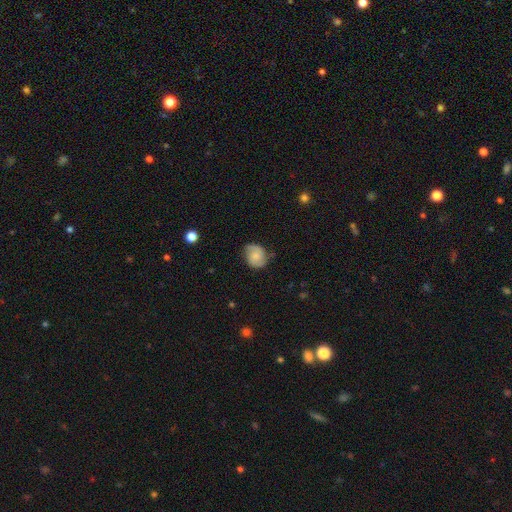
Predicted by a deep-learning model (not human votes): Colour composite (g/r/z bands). It shows a featured or disk galaxy (52%) with no bar (65%), spiral arms (91%) and a small central bulge (47%). Merging: none (71%).